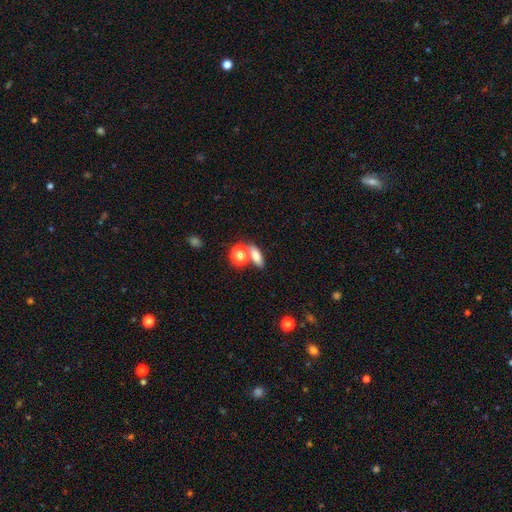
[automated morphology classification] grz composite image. It shows a smooth galaxy with no disk features (75%) that is in between round and cigar-shaped (63%). Merging: none (60%).